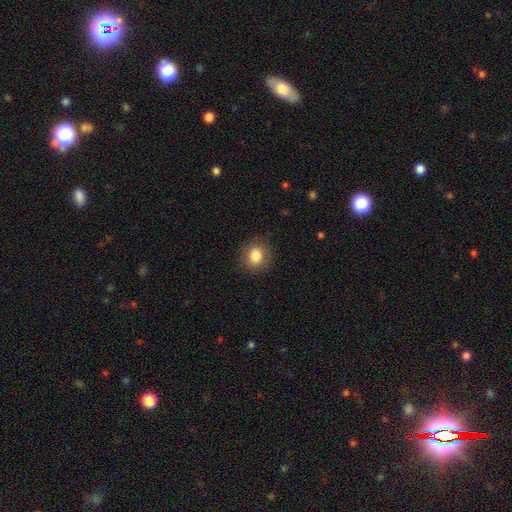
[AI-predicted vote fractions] Q: Smooth or featured?
A: smooth (84%); runner-up: star or artifact (9%)
Q: How rounded?
A: round (68%); runner-up: in between (31%)
Q: Merging?
A: none (86%); runner-up: minor disturbance (10%)